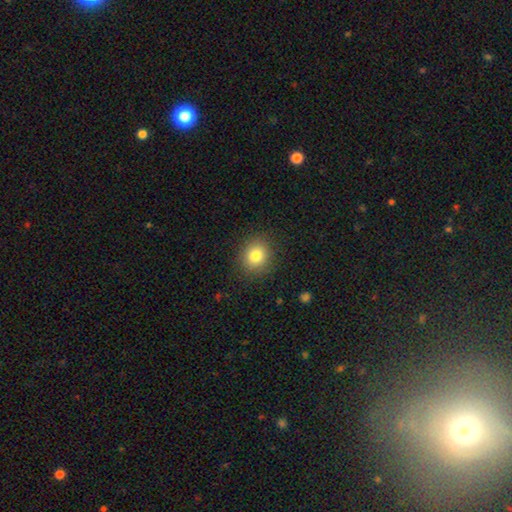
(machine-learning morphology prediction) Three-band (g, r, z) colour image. It shows a smooth galaxy with no disk features (82%) that is round (77%). Merging: none (88%).